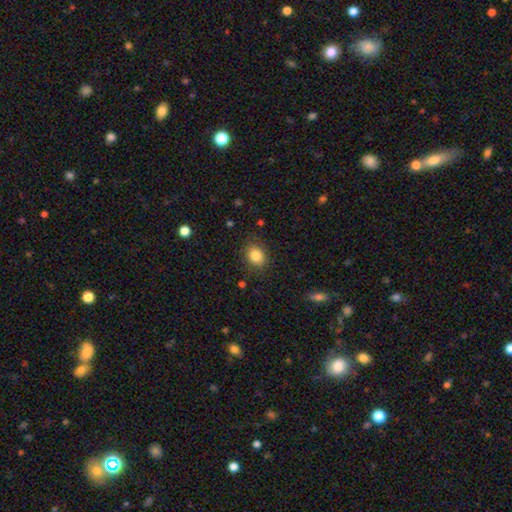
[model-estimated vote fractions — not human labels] This is clearly a smooth galaxy (84%). How rounded: possibly in between (52%). Merging: clearly none (85%).